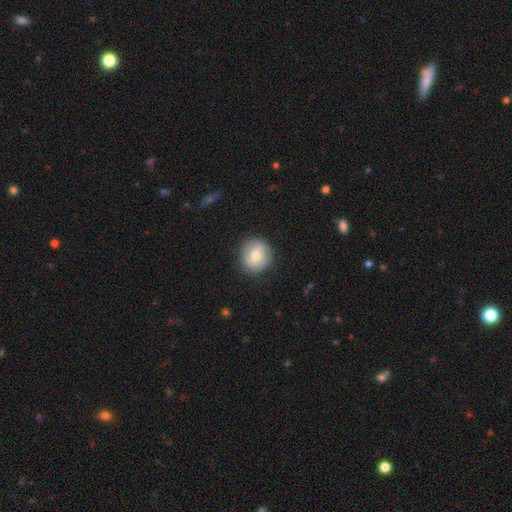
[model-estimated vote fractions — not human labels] Q: Smooth or featured?
A: featured or disk (47%); runner-up: smooth (45%)
Q: Merging?
A: none (82%); runner-up: minor disturbance (13%)